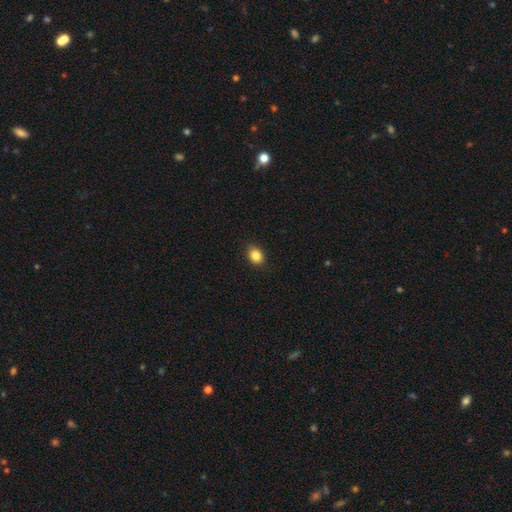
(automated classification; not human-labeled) Overall: smooth (86%). How rounded: in between (55%; round 43%). Merging: none (86%).